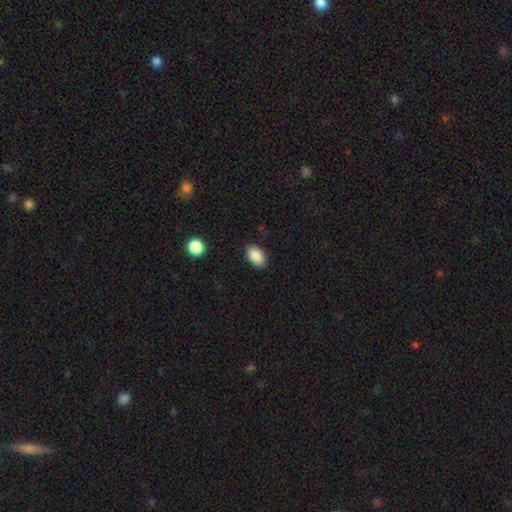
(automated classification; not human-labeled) A smooth galaxy with no disk features (89%) that is in between round and cigar-shaped (91%).

Vote fractions:
- Smooth or featured? smooth: 89% / star or artifact: 7% / featured or disk: 4%
- How rounded? in between: 91% / round: 8% / cigar-shaped: 1%
- Merging? none: 87% / minor disturbance: 10% / major disturbance: 2% / merger: 1%